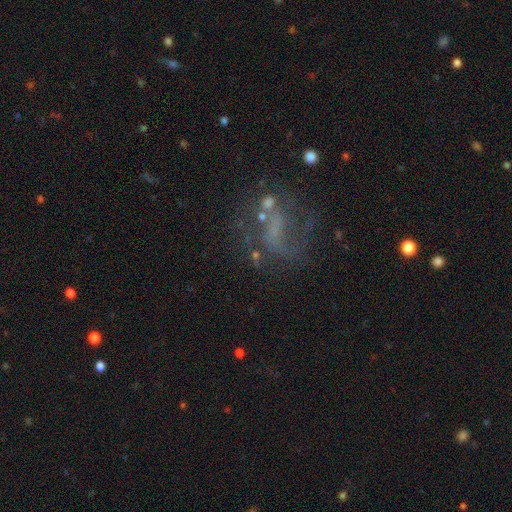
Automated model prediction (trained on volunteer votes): Morphology: type=featured or disk (64%); edge-on=no (97%); bar=no (47%); spiral arms=yes (69%); bulge=none (52%); merging=none (48%).